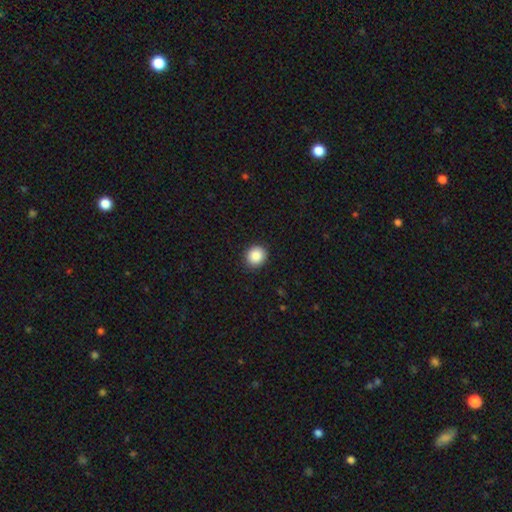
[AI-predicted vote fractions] smooth 88%, star or artifact 8%, featured or disk 3%. Down the decision tree: how rounded — round (84%); merging — none (91%).